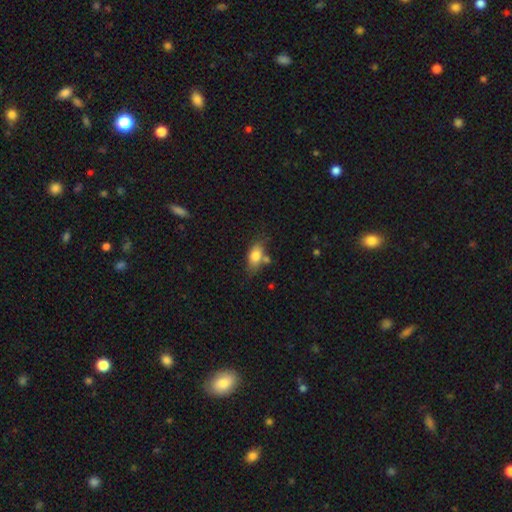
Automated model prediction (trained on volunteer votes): This is likely a smooth galaxy (79%). How rounded: clearly in between (85%). Merging: likely none (61%).